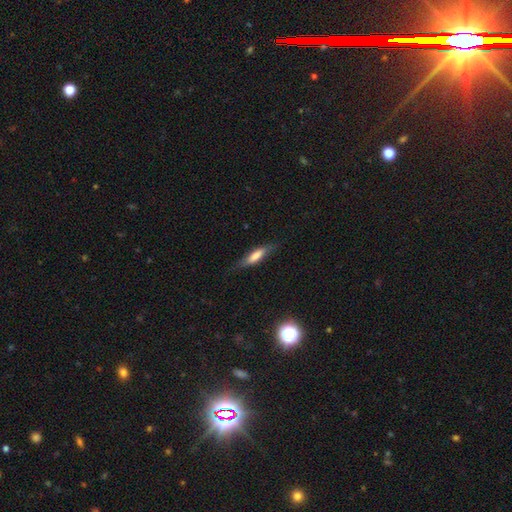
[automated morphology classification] Smooth or featured? Predicted: smooth (p=0.64). How rounded? Predicted: cigar-shaped (p=0.67). Merging? Predicted: none (p=0.73).